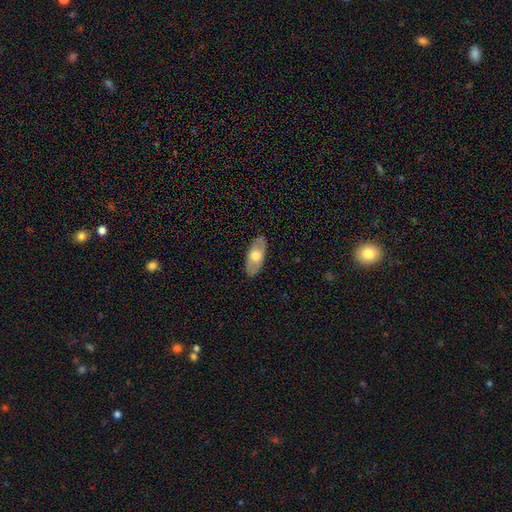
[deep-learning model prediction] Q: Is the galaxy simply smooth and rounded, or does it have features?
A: smooth — 57%.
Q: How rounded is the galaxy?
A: in between — 88%.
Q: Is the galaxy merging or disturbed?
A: none — 86%.